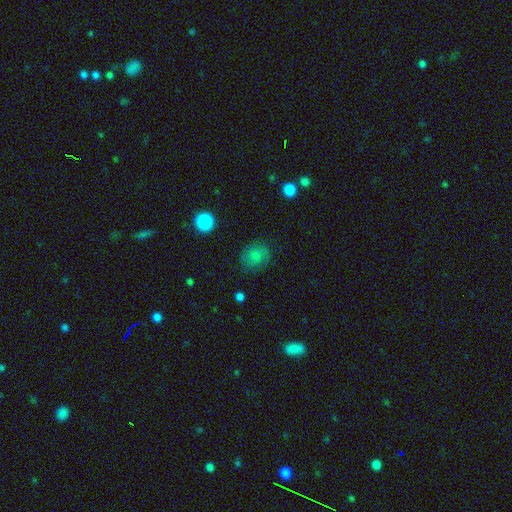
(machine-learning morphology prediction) This is likely a smooth galaxy (74%). How rounded: likely round (69%). Merging: likely none (75%).